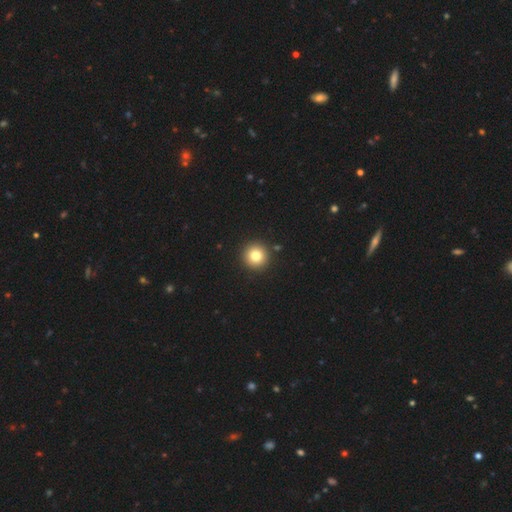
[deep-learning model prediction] smooth 80%, star or artifact 11%, featured or disk 8%. Down the decision tree: how rounded — round (95%); merging — none (92%).